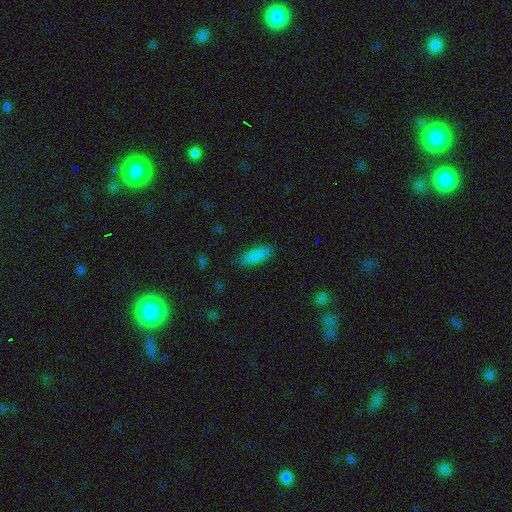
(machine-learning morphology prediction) smooth 87%, star or artifact 8%, featured or disk 6%. Down the decision tree: how rounded — in between (69%); merging — none (86%).